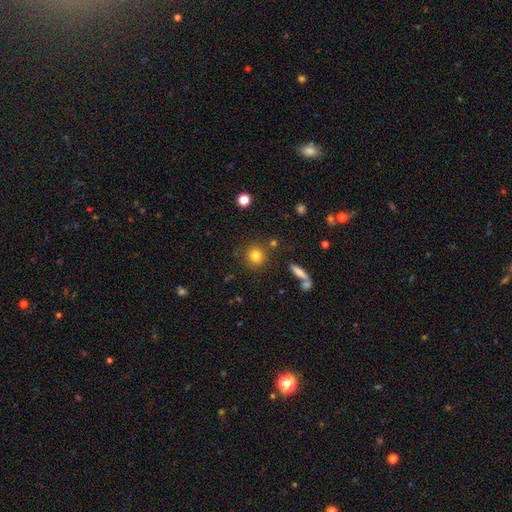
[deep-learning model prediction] Smooth or featured: smooth — 81% (star or artifact — 11%)
How rounded: round — 90% (in between — 9%)
Merging: none — 84% (minor disturbance — 8%)